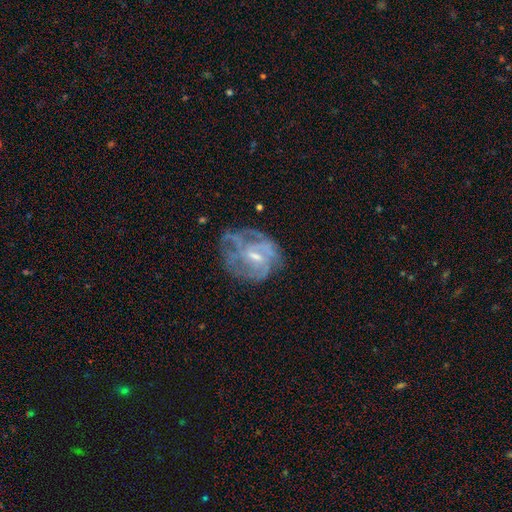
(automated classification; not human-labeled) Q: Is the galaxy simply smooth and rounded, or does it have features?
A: featured or disk — 77%.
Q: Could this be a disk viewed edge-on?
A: no — 98%.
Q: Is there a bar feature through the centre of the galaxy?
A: weak — 55%.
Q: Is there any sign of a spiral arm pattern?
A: yes — 76%.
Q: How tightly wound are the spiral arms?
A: tight — 45%.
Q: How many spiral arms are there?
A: can't tell — 46%.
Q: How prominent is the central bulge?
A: small — 48%.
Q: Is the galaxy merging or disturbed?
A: none — 50%.